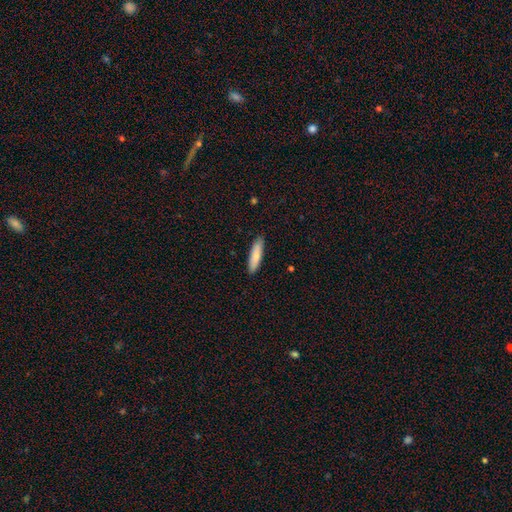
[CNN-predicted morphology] Smooth or featured: smooth — 80% (featured or disk — 15%)
How rounded: cigar-shaped — 74% (in between — 25%)
Merging: none — 89% (minor disturbance — 9%)